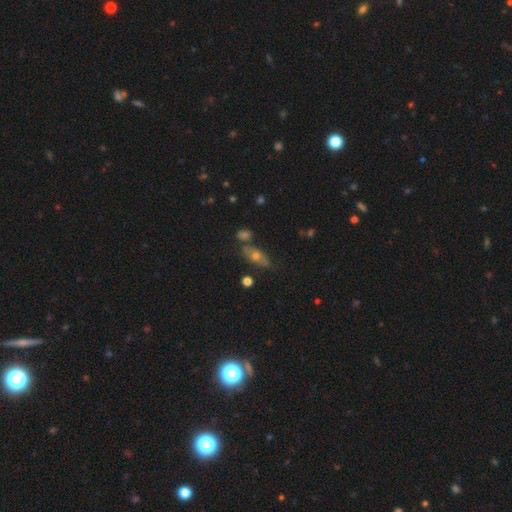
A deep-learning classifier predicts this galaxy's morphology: This appears to be a smooth galaxy with no disk features (47%). Merging: none (64%).